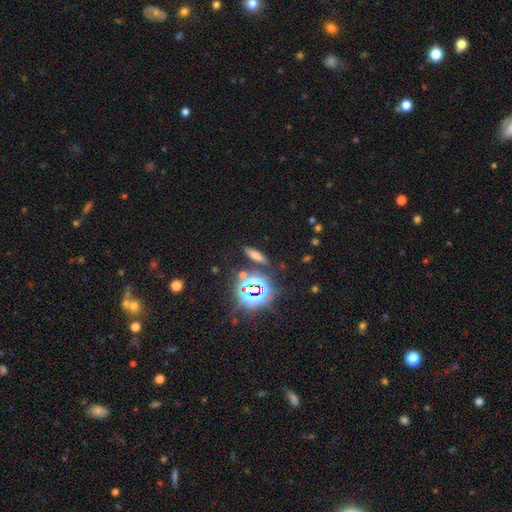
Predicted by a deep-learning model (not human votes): A smooth galaxy with no disk features (53%) that is cigar-shaped (69%).

Vote fractions:
- Smooth or featured? smooth: 53% / star or artifact: 31% / featured or disk: 16%
- How rounded? cigar-shaped: 69% / in between: 24% / round: 7%
- Merging? none: 83% / minor disturbance: 9% / merger: 5% / major disturbance: 3%